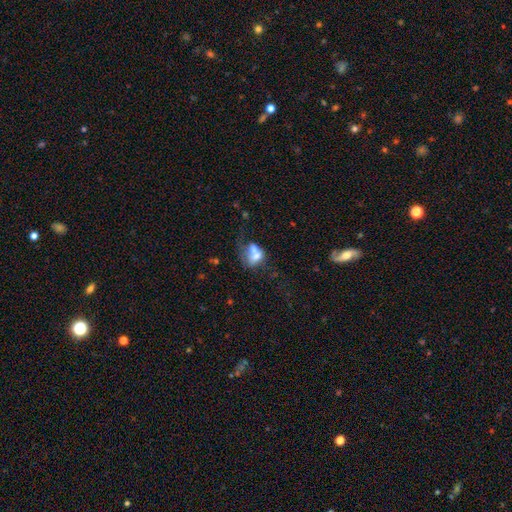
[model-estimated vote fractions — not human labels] A smooth galaxy with no disk features (58%) that is in between round and cigar-shaped (58%). Merging: merger (65%).